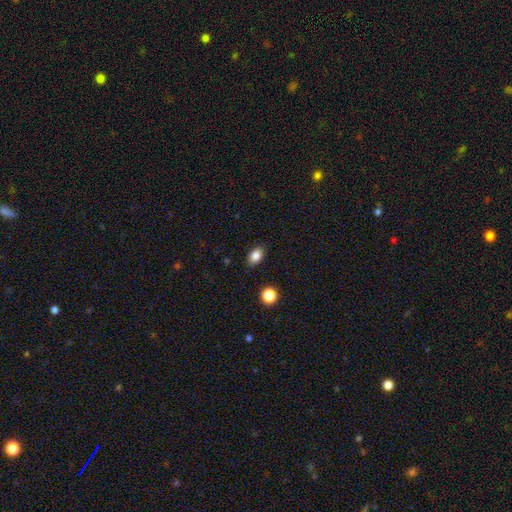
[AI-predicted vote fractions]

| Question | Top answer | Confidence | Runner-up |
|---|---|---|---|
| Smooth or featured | smooth | 84% | star or artifact (10%) |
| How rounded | in between | 84% | round (15%) |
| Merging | none | 87% | minor disturbance (9%) |